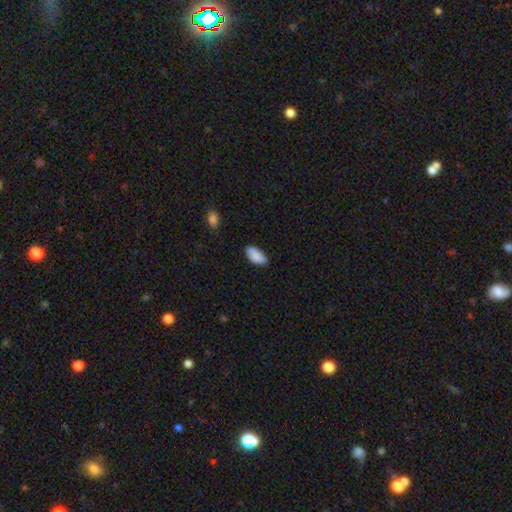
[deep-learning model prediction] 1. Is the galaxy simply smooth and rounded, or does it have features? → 88% smooth, 7% star or artifact, 5% featured or disk.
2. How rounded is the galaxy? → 94% in between, 3% cigar-shaped, 2% round.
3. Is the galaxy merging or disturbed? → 78% none, 18% minor disturbance, 3% major disturbance, 2% merger.